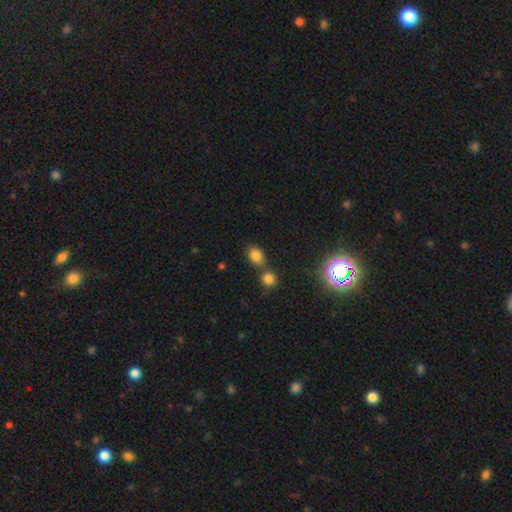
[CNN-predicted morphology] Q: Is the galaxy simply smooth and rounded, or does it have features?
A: smooth — 80%.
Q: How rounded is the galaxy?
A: in between — 65%.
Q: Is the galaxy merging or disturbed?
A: none — 58%.